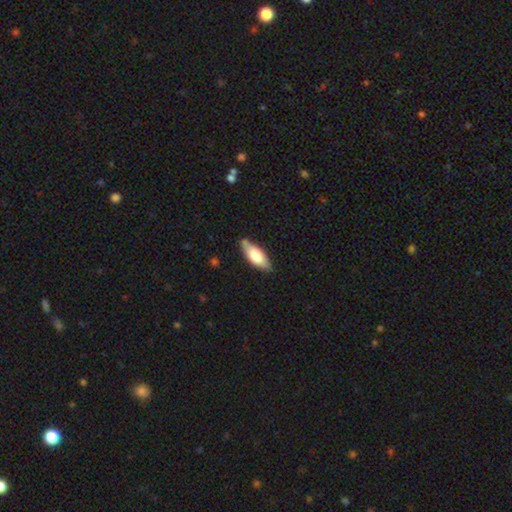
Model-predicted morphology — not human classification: A smooth galaxy with no disk features (74%) that is in between round and cigar-shaped (74%). Merging: none (75%).